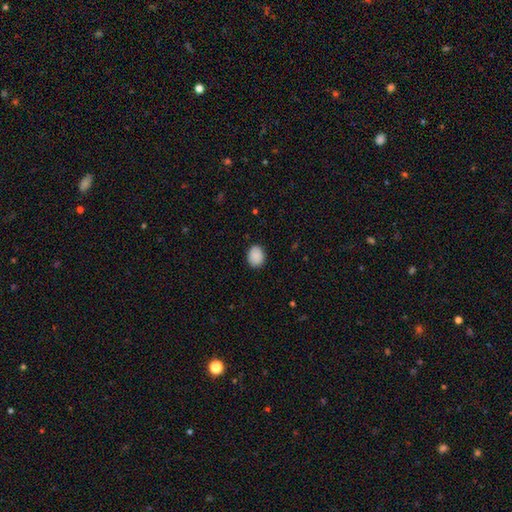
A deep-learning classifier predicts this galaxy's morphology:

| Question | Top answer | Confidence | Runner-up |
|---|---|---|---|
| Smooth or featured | smooth | 89% | star or artifact (7%) |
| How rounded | in between | 54% | round (45%) |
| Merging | none | 87% | minor disturbance (10%) |